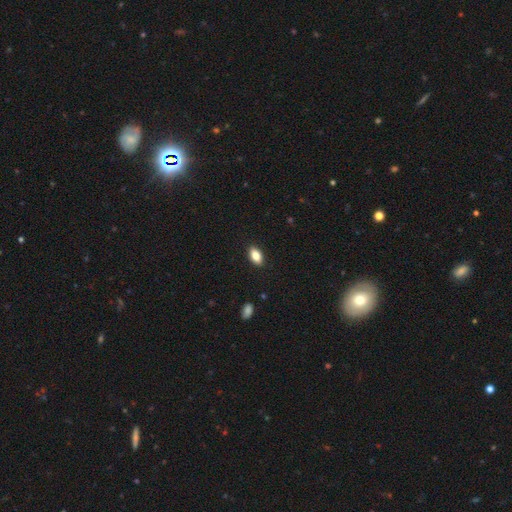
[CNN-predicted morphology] smooth-or-featured: smooth: 84% | featured or disk: 9% | star or artifact: 8%
  how-rounded: in between: 90% | cigar-shaped: 5% | round: 5%
  merging: none: 89% | minor disturbance: 8% | major disturbance: 2% | merger: 1%